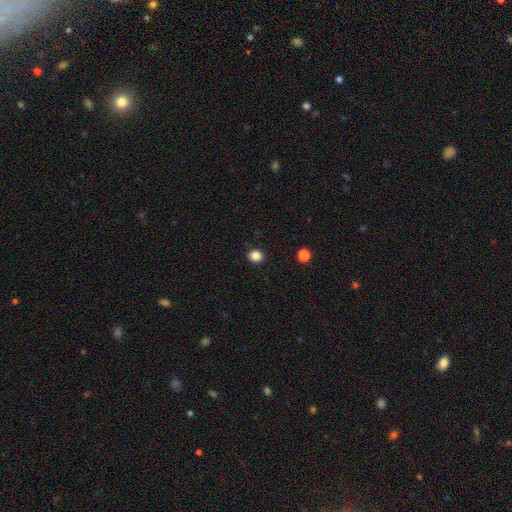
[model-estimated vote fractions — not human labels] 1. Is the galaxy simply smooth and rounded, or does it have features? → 85% smooth, 12% star or artifact, 3% featured or disk.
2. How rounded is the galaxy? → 76% round, 23% in between, 1% cigar-shaped.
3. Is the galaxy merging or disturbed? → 91% none, 6% minor disturbance, 2% major disturbance, 1% merger.